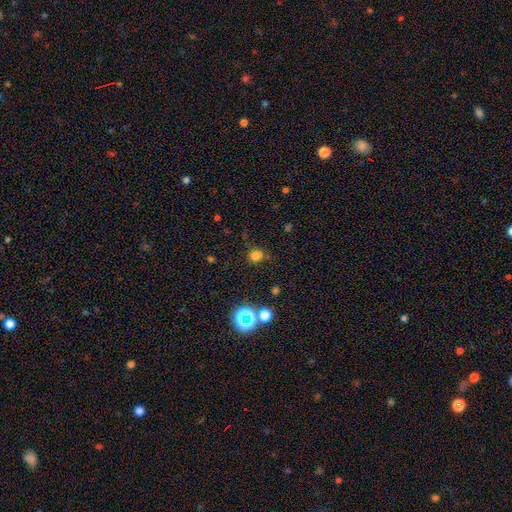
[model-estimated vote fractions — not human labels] Q: Smooth or featured?
A: smooth (71%); runner-up: star or artifact (23%)
Q: How rounded?
A: round (72%); runner-up: in between (27%)
Q: Merging?
A: none (70%); runner-up: minor disturbance (17%)